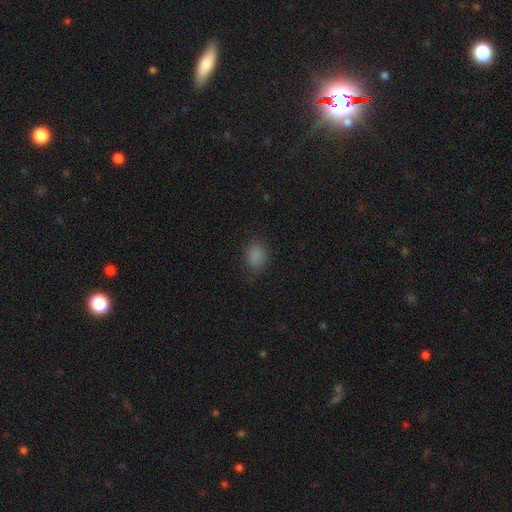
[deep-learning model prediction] Smooth or featured?
  - smooth: 84% *
  - star or artifact: 12%
  - featured or disk: 3%
How rounded?
  - in between: 72% *
  - round: 26%
  - cigar-shaped: 1%
Merging?
  - none: 83% *
  - minor disturbance: 13%
  - major disturbance: 4%
  - merger: 1%